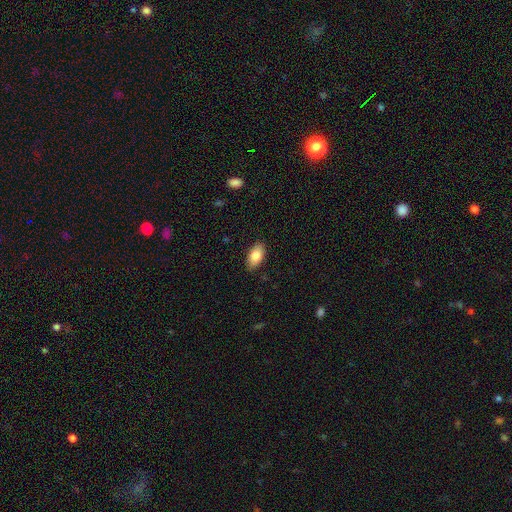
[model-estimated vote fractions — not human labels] Morphology: type=smooth (84%); roundness=in between (93%); merging=none (88%).